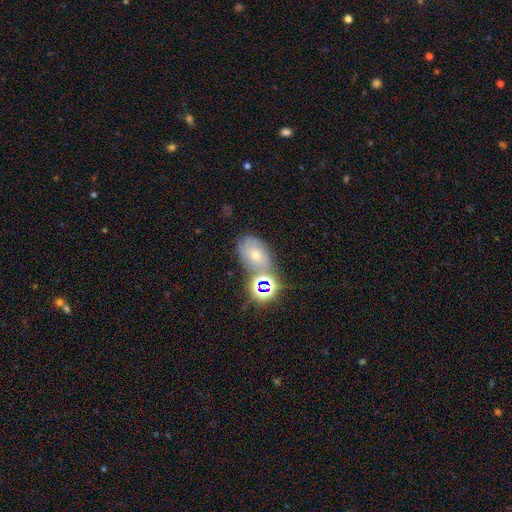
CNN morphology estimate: smooth 44%, star or artifact 29%, featured or disk 26%. Down the decision tree: merging — none (56%).